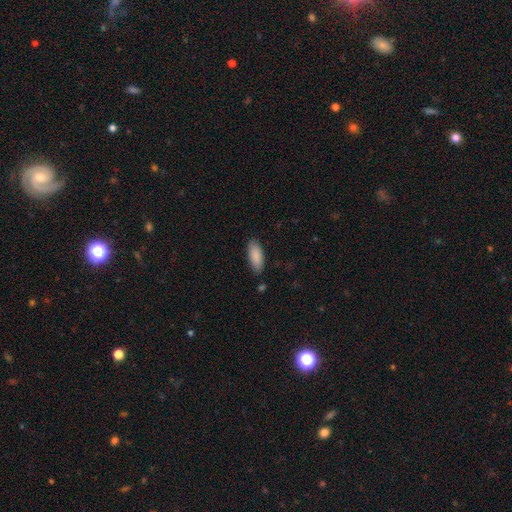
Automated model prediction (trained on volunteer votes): This appears to be a smooth galaxy with no disk features (89%) that is in between round and cigar-shaped (81%). Merging: none (83%).